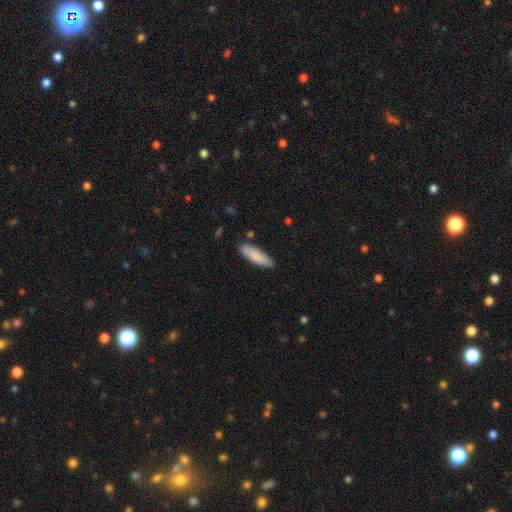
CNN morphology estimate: Q: Smooth or featured?
A: smooth (86%); runner-up: featured or disk (9%)
Q: How rounded?
A: cigar-shaped (55%); runner-up: in between (43%)
Q: Merging?
A: none (83%); runner-up: minor disturbance (13%)